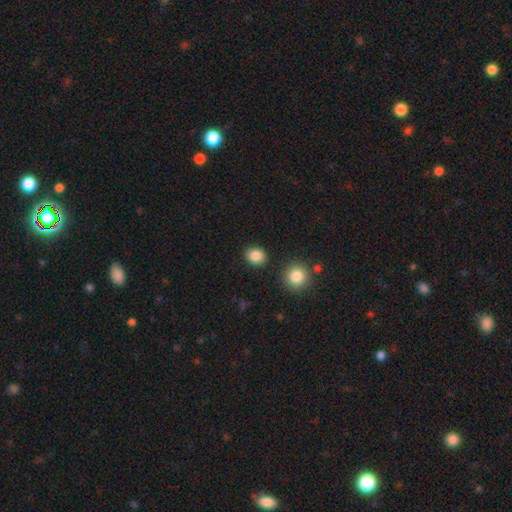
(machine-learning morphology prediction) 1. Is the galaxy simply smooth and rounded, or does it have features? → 86% smooth, 9% star or artifact, 4% featured or disk.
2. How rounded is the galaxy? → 58% round, 41% in between, 1% cigar-shaped.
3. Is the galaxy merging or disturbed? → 86% none, 8% minor disturbance, 3% merger, 2% major disturbance.